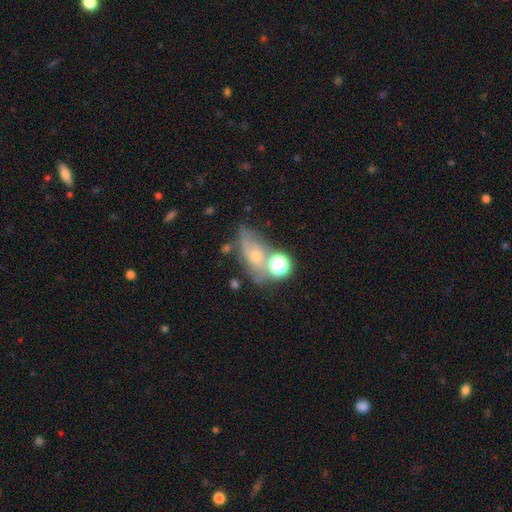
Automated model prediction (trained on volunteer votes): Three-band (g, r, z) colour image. It shows a featured or disk galaxy (43%). Merging: none (42%).